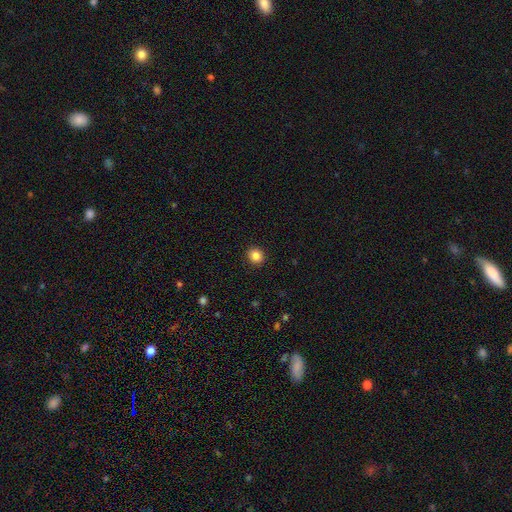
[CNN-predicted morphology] Smooth or featured? smooth (86%)
How rounded? round (87%)
Merging? none (92%)